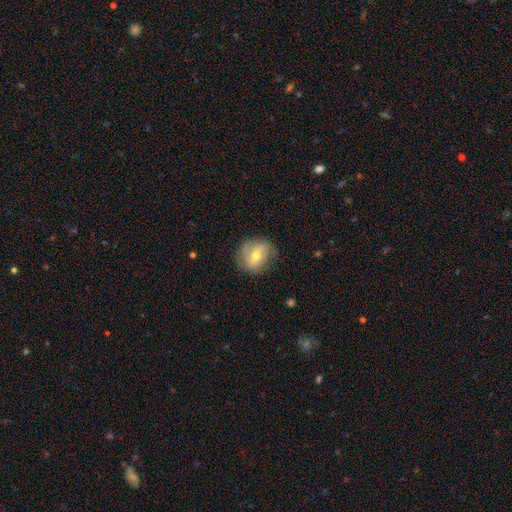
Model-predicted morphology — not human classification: Smooth or featured?
  - featured or disk: 56% *
  - smooth: 36%
  - star or artifact: 7%
Edge-on disk?
  - no: 96% *
  - yes: 4%
Bar?
  - weak: 43% *
  - no: 37%
  - strong: 20%
Spiral arms?
  - yes: 78% *
  - no: 22%
Bulge size?
  - moderate: 67% *
  - small: 27%
  - large: 4%
  - none: 1%
  - dominant: 1%
Merging?
  - none: 73% *
  - minor disturbance: 19%
  - major disturbance: 7%
  - merger: 1%